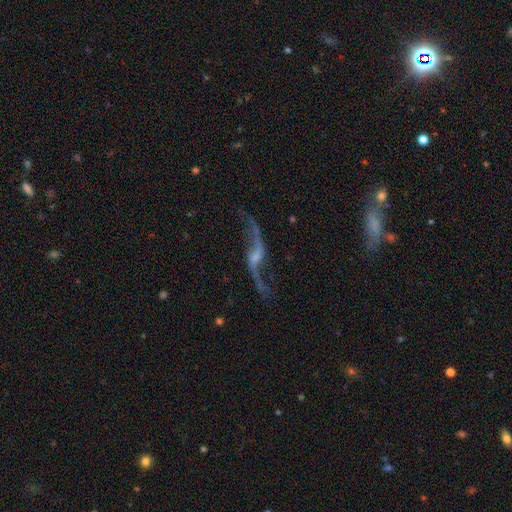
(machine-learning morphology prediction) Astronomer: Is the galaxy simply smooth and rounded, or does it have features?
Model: featured or disk — 90%.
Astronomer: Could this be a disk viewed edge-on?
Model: no — 91%.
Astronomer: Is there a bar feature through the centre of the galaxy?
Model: weak — 44% (runner-up: no, 37%).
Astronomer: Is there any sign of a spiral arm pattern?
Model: yes — 96%.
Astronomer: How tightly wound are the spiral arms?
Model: loose — 95%.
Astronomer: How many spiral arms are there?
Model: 2 — 94%.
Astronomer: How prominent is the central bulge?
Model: small — 48% (runner-up: moderate, 25%).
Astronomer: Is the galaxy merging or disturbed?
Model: none — 73%.